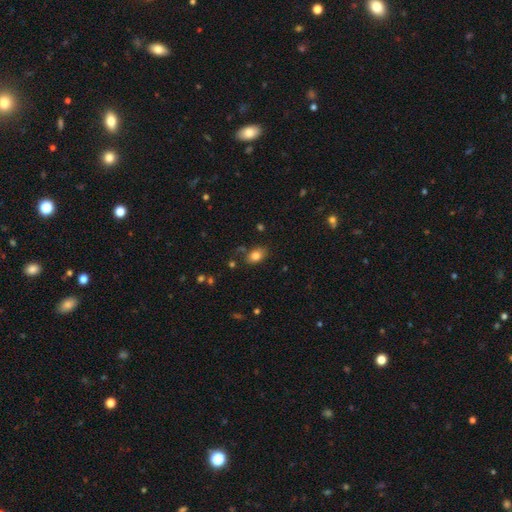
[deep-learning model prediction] Smooth or featured: smooth — 82% (star or artifact — 10%)
How rounded: in between — 81% (round — 17%)
Merging: none — 76% (minor disturbance — 16%)